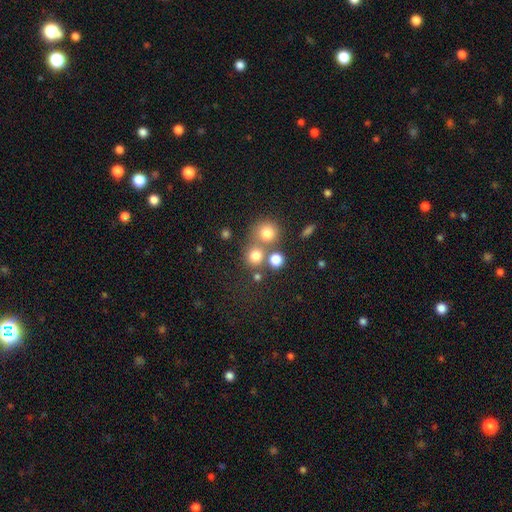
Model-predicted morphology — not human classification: Smooth or featured? smooth (76%)
How rounded? round (87%)
Merging? none (58%)